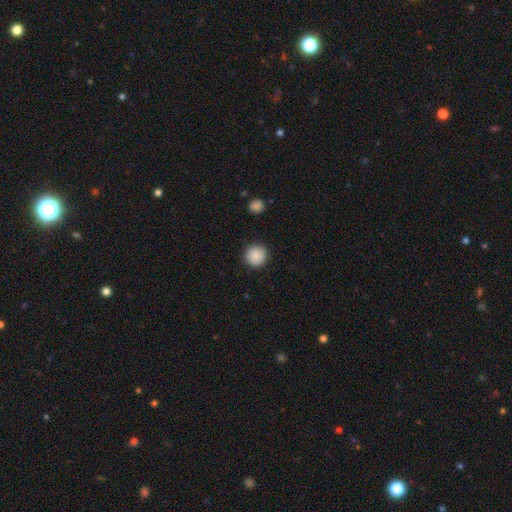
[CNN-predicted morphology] A smooth galaxy with no disk features (89%) that is round (95%). Merging: none (92%).